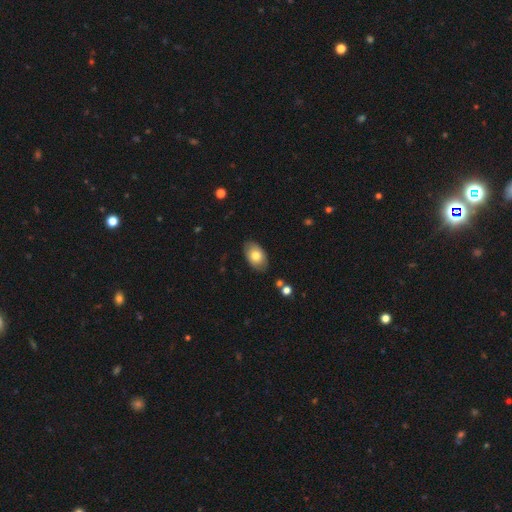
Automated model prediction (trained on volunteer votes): Smooth or featured? smooth (76%)
How rounded? in between (90%)
Merging? none (84%)